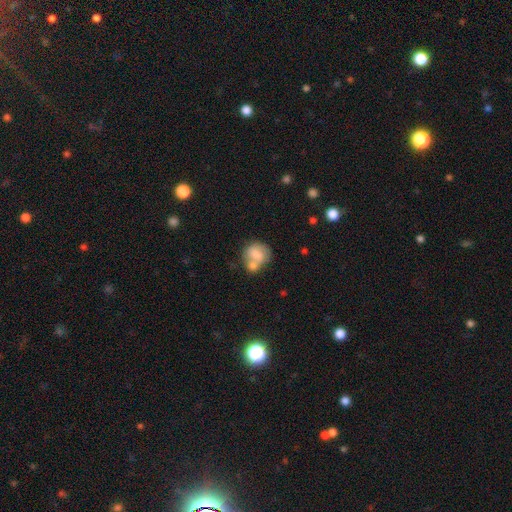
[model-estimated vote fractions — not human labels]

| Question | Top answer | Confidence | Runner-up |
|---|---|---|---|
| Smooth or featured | smooth | 66% | featured or disk (26%) |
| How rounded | round | 67% | in between (32%) |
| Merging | merger | 53% | none (27%) |